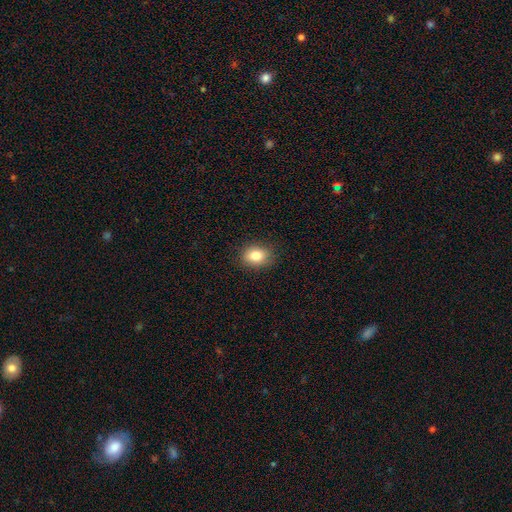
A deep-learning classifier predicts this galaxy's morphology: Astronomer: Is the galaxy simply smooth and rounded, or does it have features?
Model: smooth — 82%.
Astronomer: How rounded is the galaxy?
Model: in between — 63%.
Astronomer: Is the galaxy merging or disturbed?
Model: none — 85%.